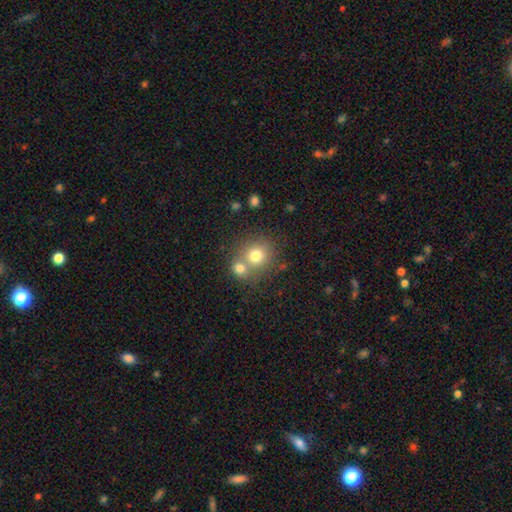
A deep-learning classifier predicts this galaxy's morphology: The model was most divided on "merging": none: 49%, merger: 41%, minor disturbance: 7%, major disturbance: 3%. More confident: how rounded — round (86%); smooth or featured — smooth (75%).